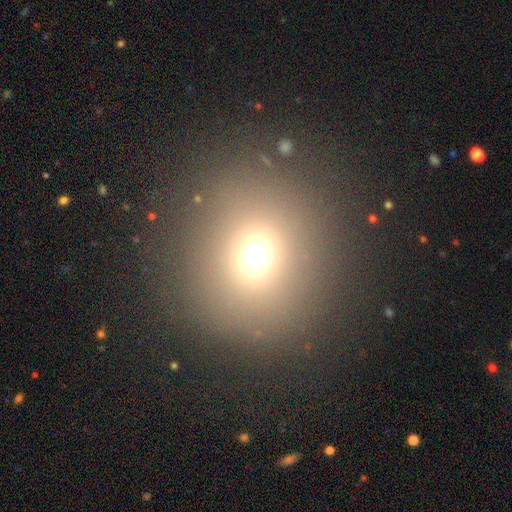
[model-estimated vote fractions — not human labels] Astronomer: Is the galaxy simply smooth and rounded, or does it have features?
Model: smooth — 66%.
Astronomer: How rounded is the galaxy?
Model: round — 88%.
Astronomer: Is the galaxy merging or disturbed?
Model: none — 86%.